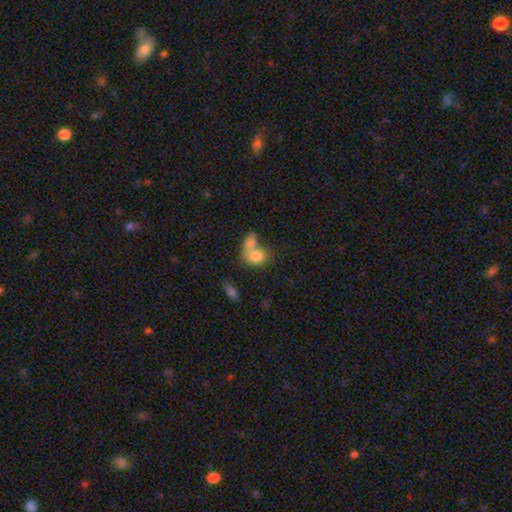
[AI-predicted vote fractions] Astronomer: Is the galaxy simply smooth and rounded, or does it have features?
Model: smooth — 79%.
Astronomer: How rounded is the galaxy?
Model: in between — 68%.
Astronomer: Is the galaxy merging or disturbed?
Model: merger — 64%.